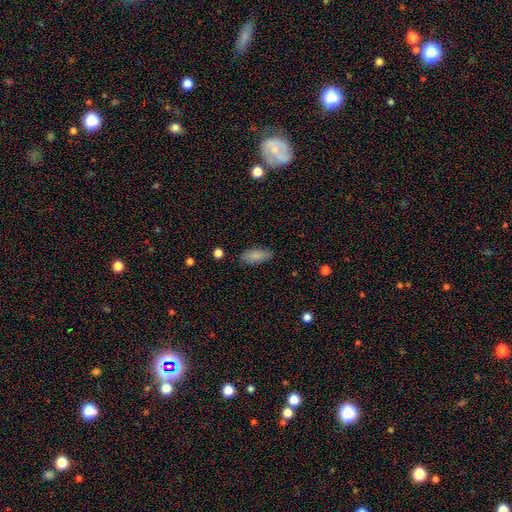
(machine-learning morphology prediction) smooth-or-featured: smooth: 86% | featured or disk: 7% | star or artifact: 7%
  how-rounded: in between: 82% | cigar-shaped: 16% | round: 2%
  merging: none: 85% | minor disturbance: 11% | major disturbance: 2% | merger: 1%